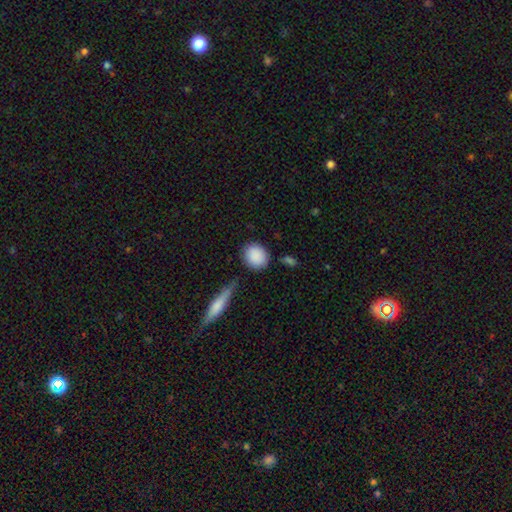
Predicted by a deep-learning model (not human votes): smooth 89%, star or artifact 6%, featured or disk 5%. Down the decision tree: how rounded — round (73%); merging — none (79%).